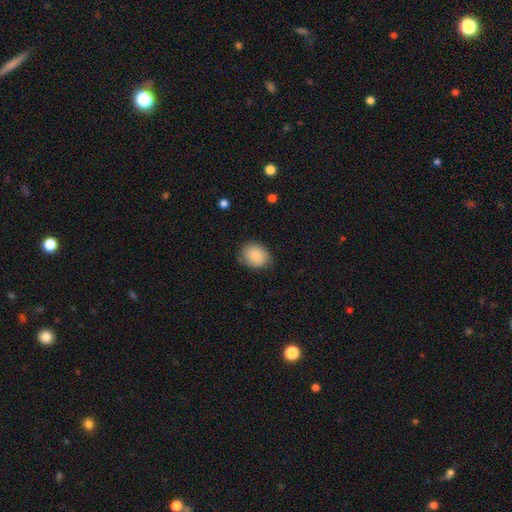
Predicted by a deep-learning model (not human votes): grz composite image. It shows a smooth galaxy with no disk features (80%) that is round (53%). Merging: none (71%).